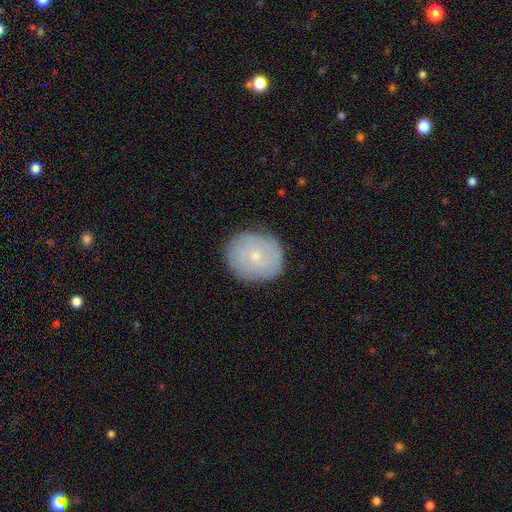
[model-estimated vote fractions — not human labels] Smooth or featured? smooth (57%)
How rounded? round (74%)
Merging? none (85%)